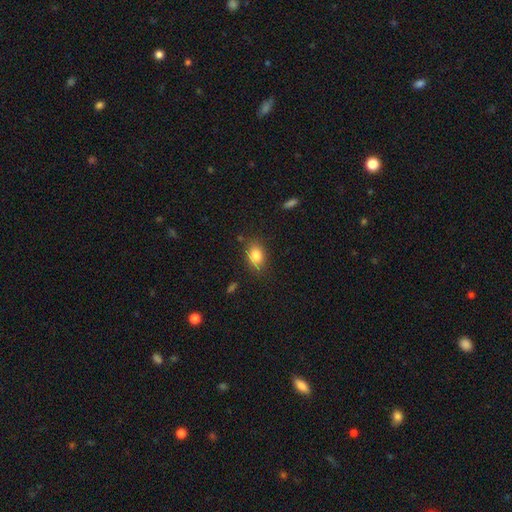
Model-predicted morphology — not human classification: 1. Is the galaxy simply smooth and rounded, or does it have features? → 83% smooth, 9% star or artifact, 8% featured or disk.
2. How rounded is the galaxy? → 77% in between, 21% round, 2% cigar-shaped.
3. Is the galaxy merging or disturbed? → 80% none, 15% minor disturbance, 3% major disturbance, 2% merger.